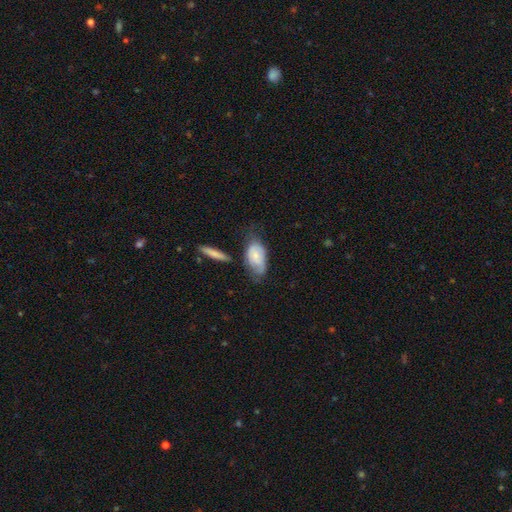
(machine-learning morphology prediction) The model was most divided on "merging": none: 39%, minor disturbance: 35%, major disturbance: 17%, merger: 8%. More confident: how rounded — in between (90%); smooth or featured — smooth (62%).